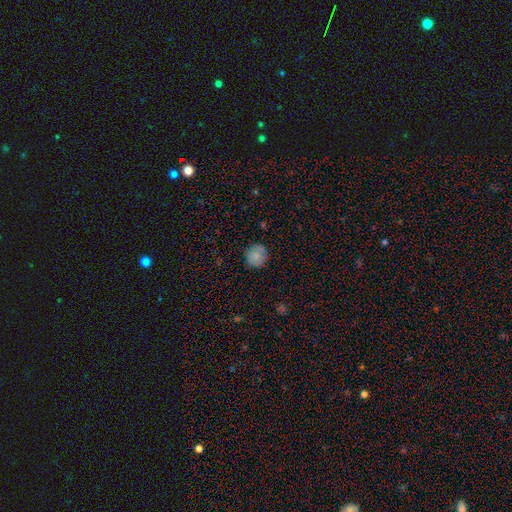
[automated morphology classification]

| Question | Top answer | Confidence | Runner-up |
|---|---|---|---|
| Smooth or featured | smooth | 83% | star or artifact (9%) |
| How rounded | round | 92% | in between (7%) |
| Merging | none | 85% | minor disturbance (11%) |